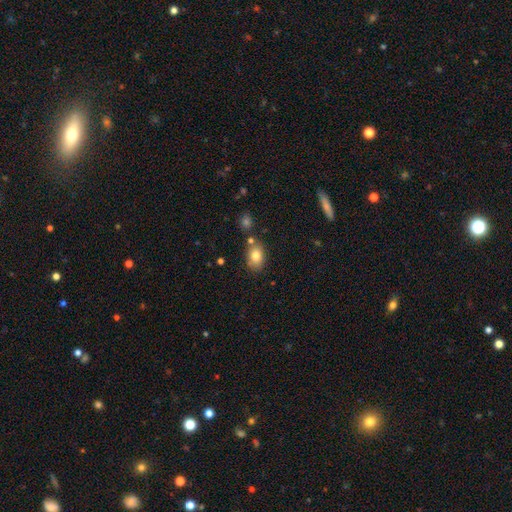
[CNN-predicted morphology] Overall: smooth (81%). How rounded: in between (82%). Merging: none (72%).